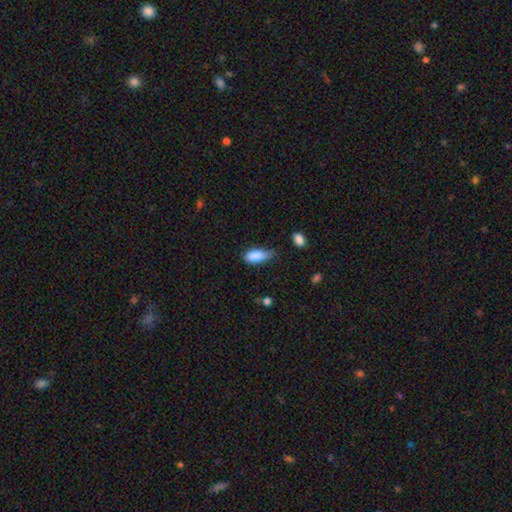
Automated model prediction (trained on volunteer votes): Smooth or featured? smooth (85%)
How rounded? in between (82%)
Merging? minor disturbance (47%)